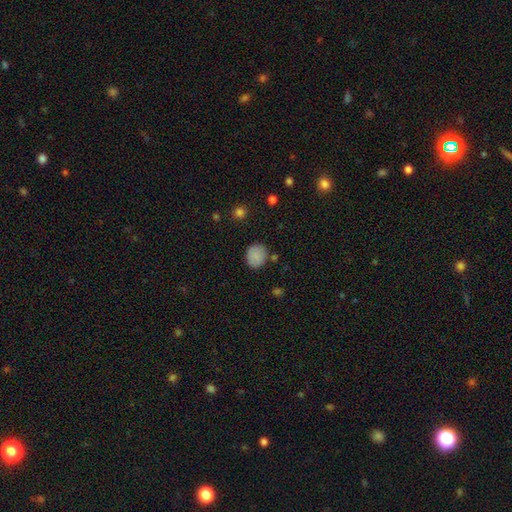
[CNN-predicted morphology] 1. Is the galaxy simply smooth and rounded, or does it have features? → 86% smooth, 9% star or artifact, 5% featured or disk.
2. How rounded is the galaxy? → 77% round, 22% in between, 1% cigar-shaped.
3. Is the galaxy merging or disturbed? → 80% none, 13% minor disturbance, 3% merger, 3% major disturbance.